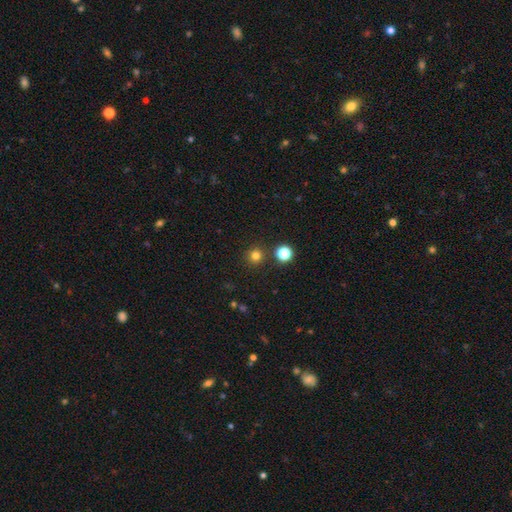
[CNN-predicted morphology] Smooth or featured?
  - smooth: 78% *
  - star or artifact: 17%
  - featured or disk: 5%
How rounded?
  - round: 94% *
  - in between: 5%
  - cigar-shaped: 1%
Merging?
  - none: 88% *
  - minor disturbance: 6%
  - merger: 4%
  - major disturbance: 2%